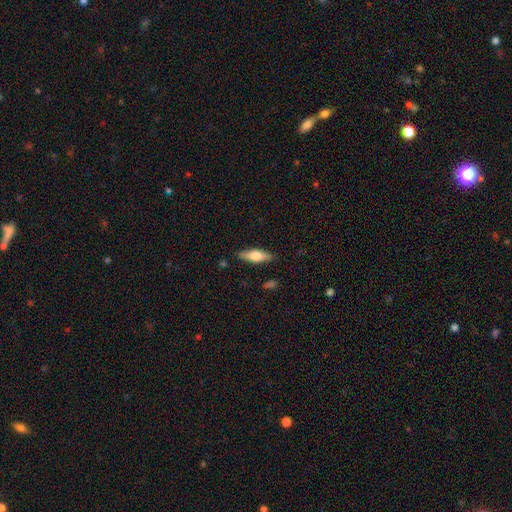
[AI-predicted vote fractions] Overall: smooth (60%; featured or disk 34%). How rounded: in between (53%; cigar-shaped 44%). Merging: none (85%).